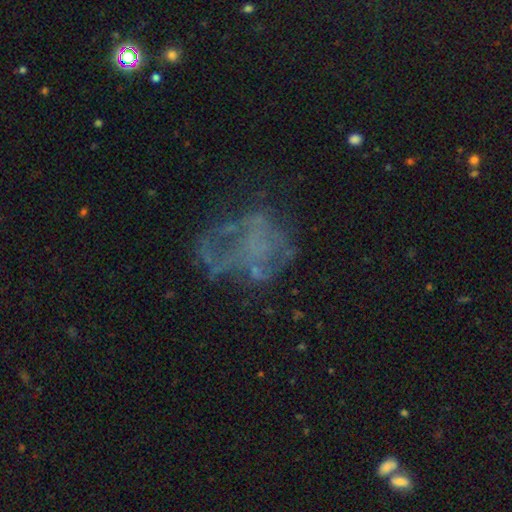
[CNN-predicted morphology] smooth-or-featured: featured or disk: 58% | star or artifact: 22% | smooth: 20%
  disk-edge-on: no: 98% | yes: 2%
    bar: no: 91% | weak: 7% | strong: 2%
    has-spiral-arms: no: 85% | yes: 15%
    bulge-size: none: 83% | small: 9% | moderate: 5% | large: 2% | dominant: 1%
  merging: none: 45% | major disturbance: 34% | minor disturbance: 17% | merger: 5%